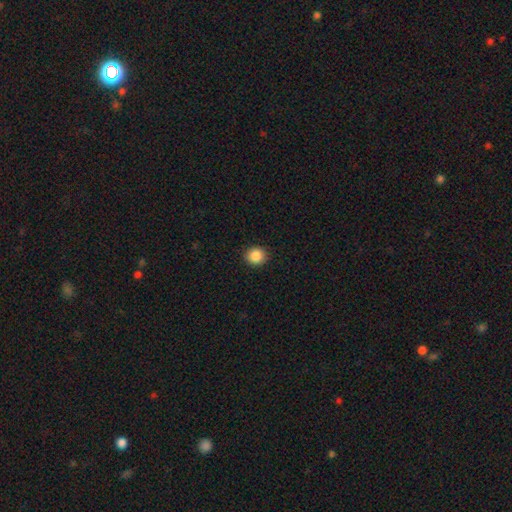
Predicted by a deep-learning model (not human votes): A smooth galaxy with no disk features (87%) that is round (85%). Merging: none (92%).